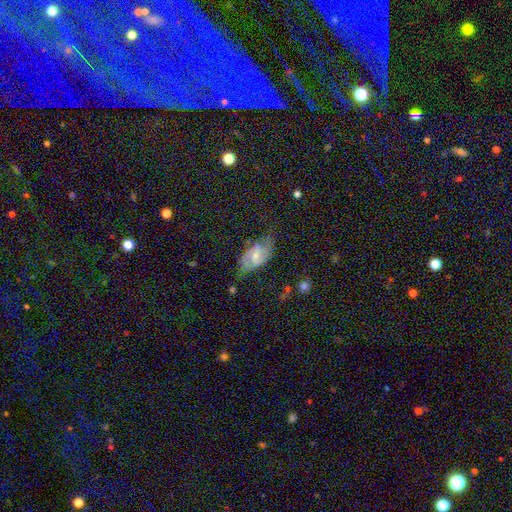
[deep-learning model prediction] The model was most divided on "bar": weak: 49%, no: 37%, strong: 14%. More confident: edge-on disk — no (94%); spiral arms — yes (85%); merging — none (59%); smooth or featured — featured or disk (59%); bulge size — small (56%).